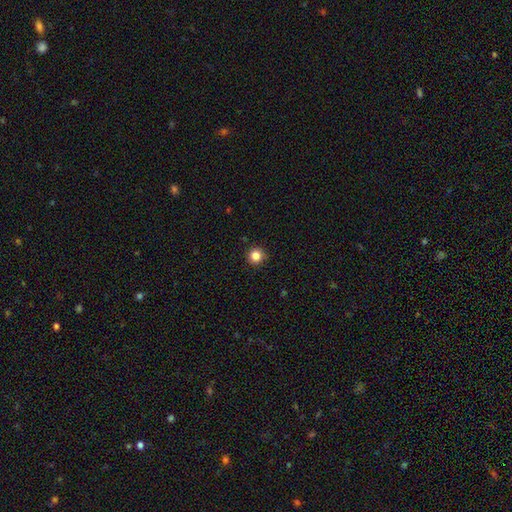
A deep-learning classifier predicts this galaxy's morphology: This is clearly a smooth galaxy (84%). How rounded: clearly round (95%). Merging: clearly none (92%).